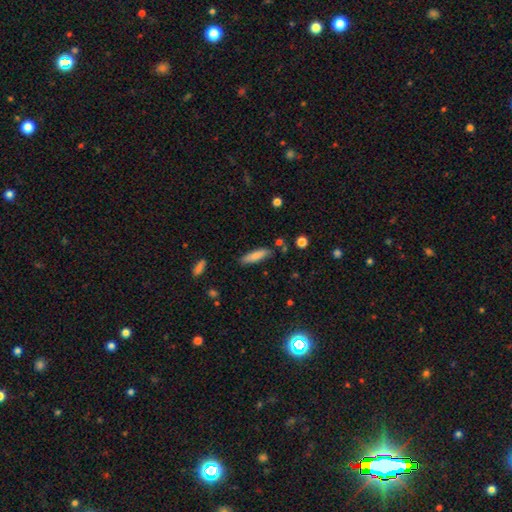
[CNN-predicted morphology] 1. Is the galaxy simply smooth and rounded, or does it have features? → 81% smooth, 13% featured or disk, 7% star or artifact.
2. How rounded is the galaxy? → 69% cigar-shaped, 29% in between, 2% round.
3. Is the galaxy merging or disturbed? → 82% none, 13% minor disturbance, 3% merger, 3% major disturbance.